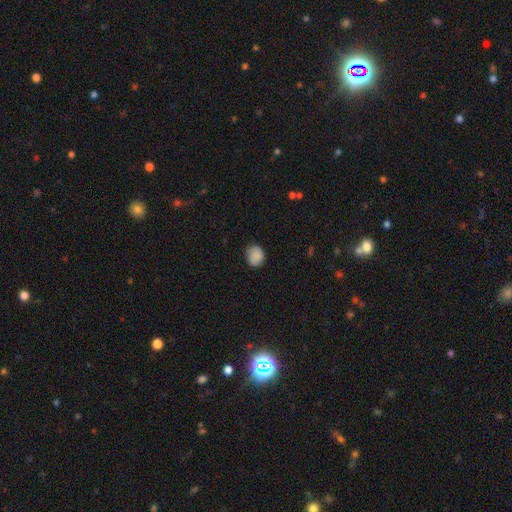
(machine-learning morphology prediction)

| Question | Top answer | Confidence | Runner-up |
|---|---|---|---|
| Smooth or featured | smooth | 86% | star or artifact (8%) |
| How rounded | round | 65% | in between (34%) |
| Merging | none | 76% | minor disturbance (19%) |